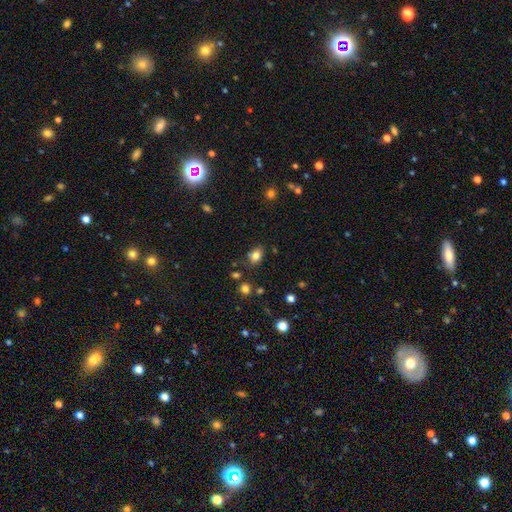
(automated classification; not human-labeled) This appears to be a smooth galaxy with no disk features (80%) that is in between round and cigar-shaped (74%). Merging: none (76%).